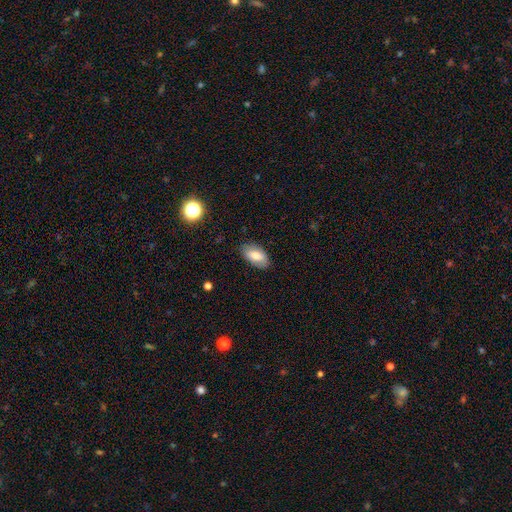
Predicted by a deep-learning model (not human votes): Q: Smooth or featured?
A: smooth (70%); runner-up: featured or disk (22%)
Q: How rounded?
A: in between (93%); runner-up: round (4%)
Q: Merging?
A: none (83%); runner-up: minor disturbance (13%)